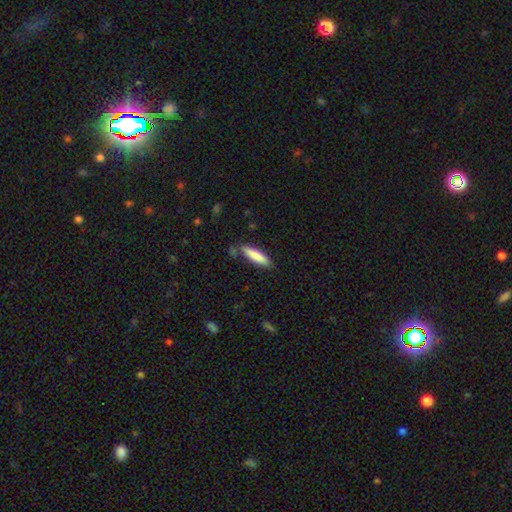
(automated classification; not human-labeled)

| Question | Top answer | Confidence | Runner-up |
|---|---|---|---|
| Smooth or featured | smooth | 83% | featured or disk (11%) |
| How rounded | cigar-shaped | 69% | in between (30%) |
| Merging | none | 79% | minor disturbance (14%) |